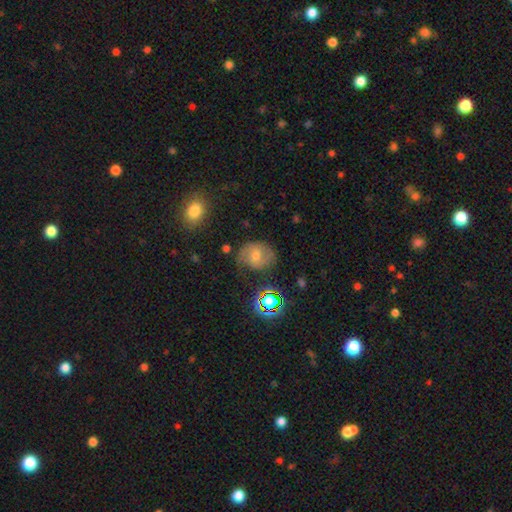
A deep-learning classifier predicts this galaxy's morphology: A featured or disk galaxy (53%) with no bar (44%), spiral arms (86%) and a moderate central bulge (54%).

Vote fractions:
- Smooth or featured? featured or disk: 53% / smooth: 32% / star or artifact: 15%
- Edge-on disk? no: 97% / yes: 3%
- Bar? no: 44% / weak: 43% / strong: 12%
- Spiral arms? yes: 86% / no: 14%
- Bulge size? moderate: 54% / small: 37% / large: 4% / none: 4% / dominant: 1%
- Merging? none: 66% / minor disturbance: 22% / major disturbance: 9% / merger: 3%